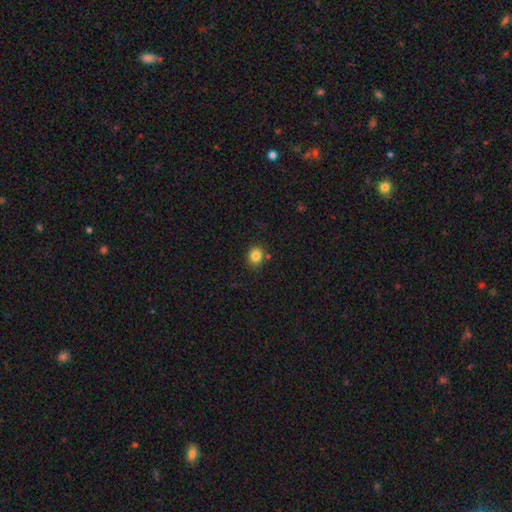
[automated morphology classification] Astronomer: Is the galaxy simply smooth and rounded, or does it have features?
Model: smooth — 84%.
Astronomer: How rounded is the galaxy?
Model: round — 74%.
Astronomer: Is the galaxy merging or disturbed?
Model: none — 84%.